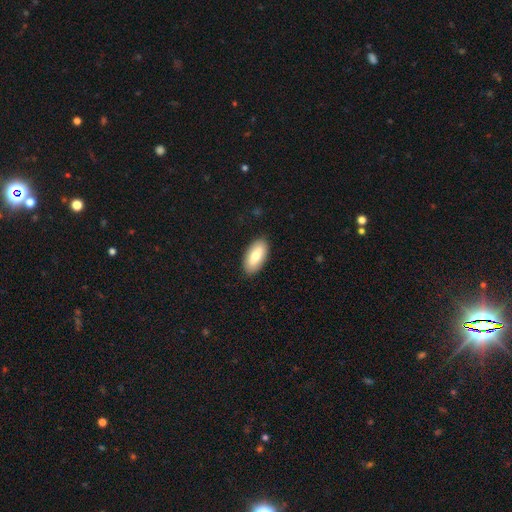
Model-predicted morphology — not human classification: Smooth or featured? Predicted: smooth (p=0.78). How rounded? Predicted: in between (p=0.91). Merging? Predicted: none (p=0.88).